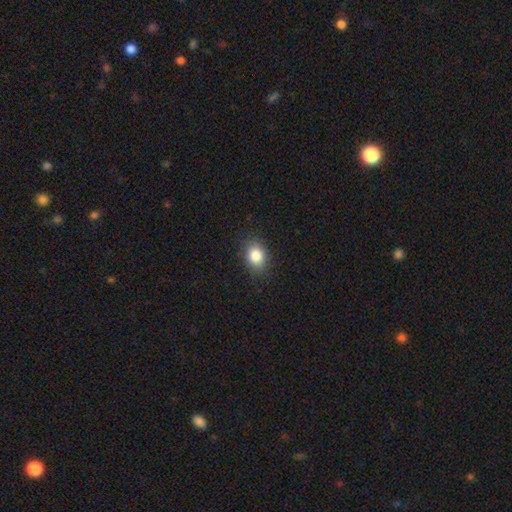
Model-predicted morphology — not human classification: The model was most divided on "how rounded": in between: 67%, round: 32%, cigar-shaped: 1%. More confident: merging — none (86%); smooth or featured — smooth (85%).